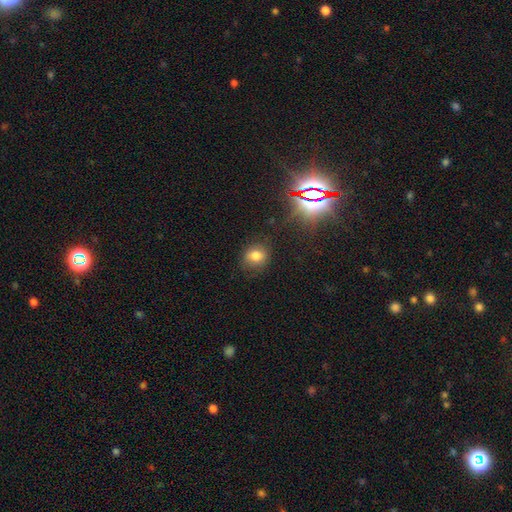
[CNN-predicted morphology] A smooth galaxy with no disk features (75%) that is round (73%). Merging: none (80%).